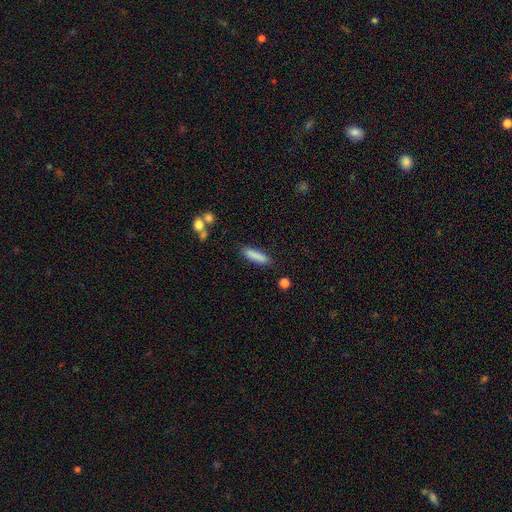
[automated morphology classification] Overall: smooth (86%). How rounded: cigar-shaped (71%). Merging: none (87%).